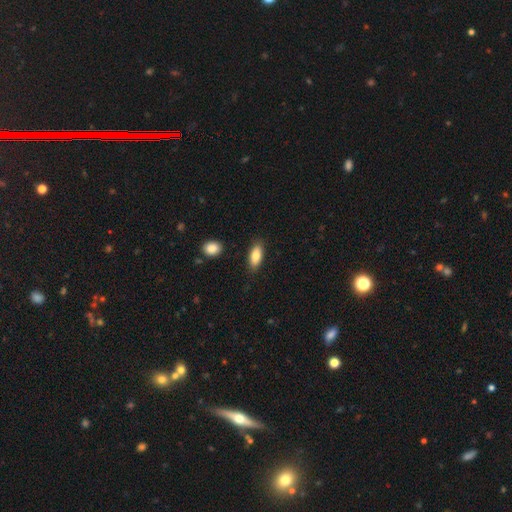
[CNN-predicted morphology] Smooth or featured? smooth (83%)
How rounded? in between (83%)
Merging? none (85%)